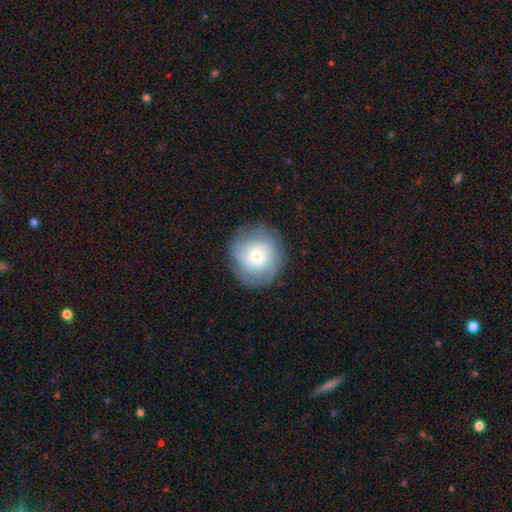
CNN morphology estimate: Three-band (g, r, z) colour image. It shows a featured or disk galaxy (49%). Merging: none (82%).